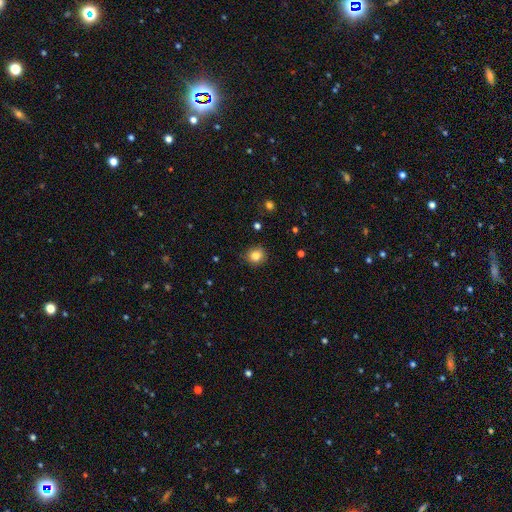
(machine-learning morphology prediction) Q: Smooth or featured?
A: smooth (84%); runner-up: star or artifact (11%)
Q: How rounded?
A: round (81%); runner-up: in between (18%)
Q: Merging?
A: none (85%); runner-up: minor disturbance (12%)